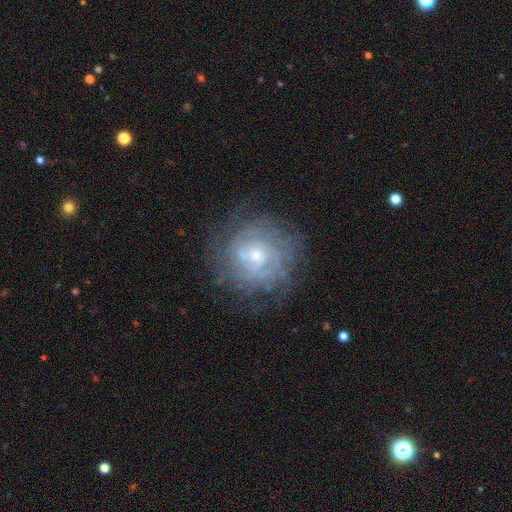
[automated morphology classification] Smooth or featured: featured or disk — 74% (smooth — 17%)
Edge-on disk: no — 97% (yes — 3%)
Bar: no — 68% (weak — 27%)
Spiral arms: yes — 83% (no — 17%)
Spiral winding: tight — 70% (medium — 22%)
Spiral arm count: can't tell — 56% (2 — 11%)
Bulge size: small — 57% (moderate — 37%)
Merging: none — 74% (minor disturbance — 15%)